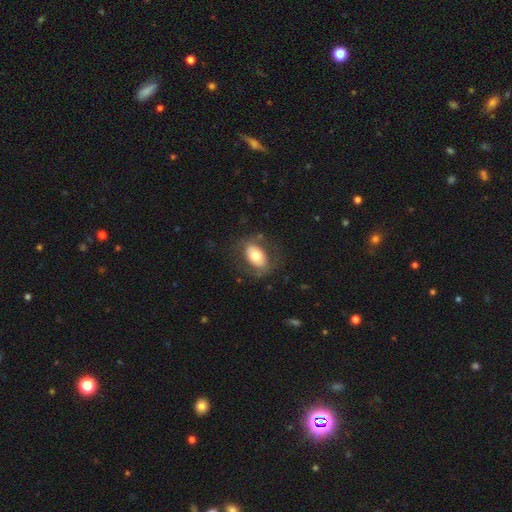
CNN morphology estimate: This appears to be a smooth galaxy with no disk features (67%) that is in between round and cigar-shaped (88%). Merging: none (73%).